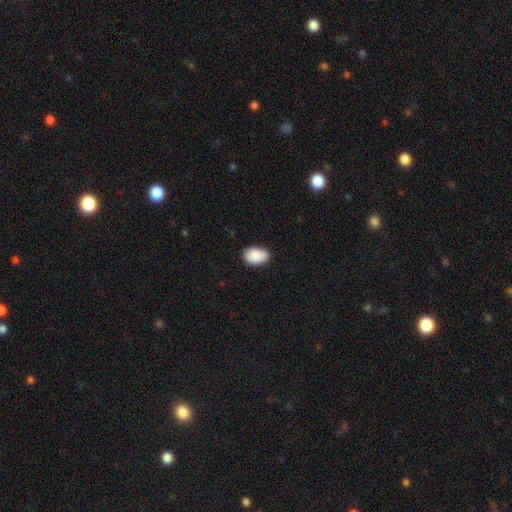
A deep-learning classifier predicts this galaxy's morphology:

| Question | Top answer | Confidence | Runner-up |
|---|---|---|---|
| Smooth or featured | smooth | 90% | star or artifact (7%) |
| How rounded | in between | 84% | round (15%) |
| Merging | none | 82% | minor disturbance (15%) |